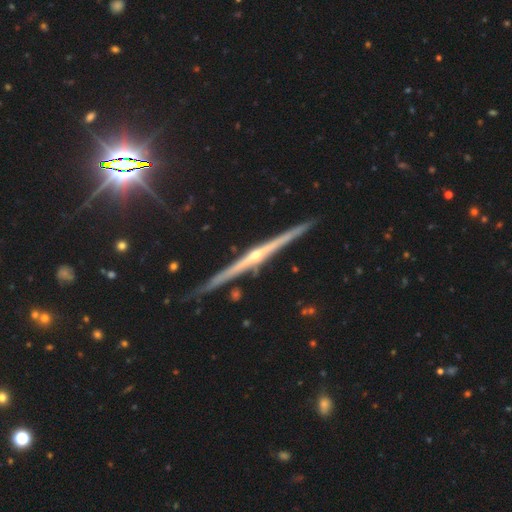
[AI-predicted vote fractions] Overall: featured or disk (86%). Edge-on disk: yes (98%). Edge-on bulge: rounded (81%). Merging: none (89%).